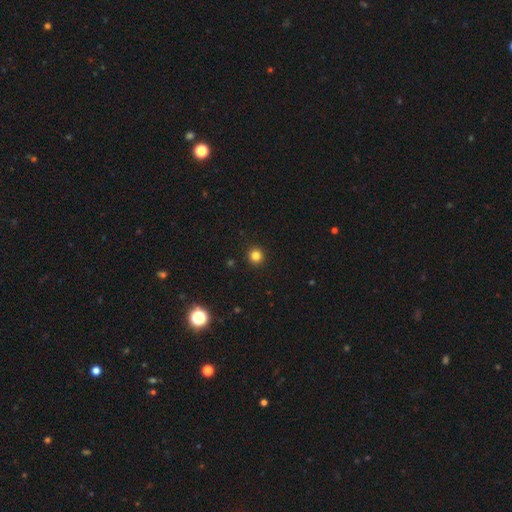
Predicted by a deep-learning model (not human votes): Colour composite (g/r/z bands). It shows a smooth galaxy with no disk features (82%) that is round (94%). Merging: none (93%).